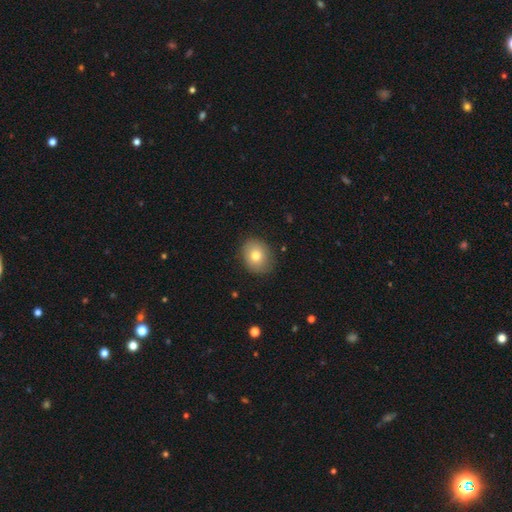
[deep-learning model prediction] This appears to be a smooth galaxy with no disk features (76%) that is round (54%). Merging: none (85%).